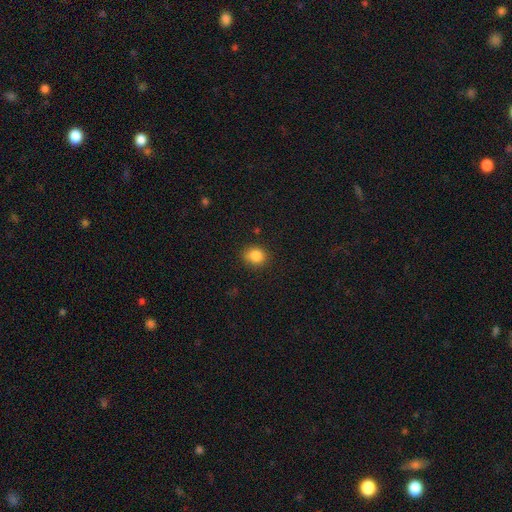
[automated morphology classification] A smooth galaxy with no disk features (84%) that is round (72%). Merging: none (79%).